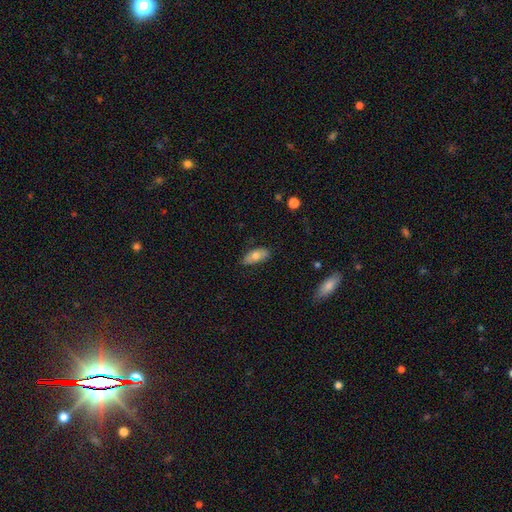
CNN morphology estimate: This appears to be a smooth galaxy with no disk features (69%) that is in between round and cigar-shaped (86%). Merging: none (78%).